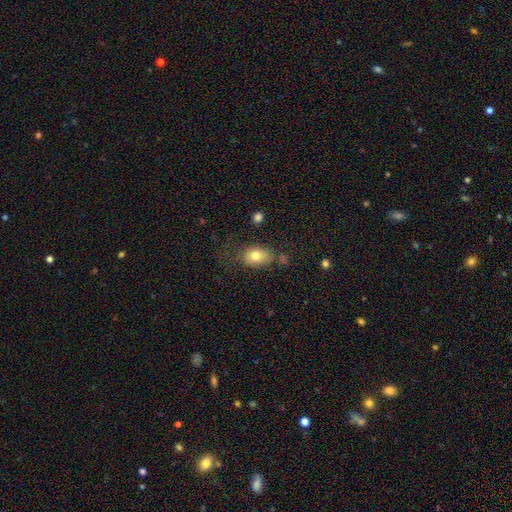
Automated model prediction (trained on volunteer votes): Q: Smooth or featured?
A: smooth (79%); runner-up: featured or disk (12%)
Q: How rounded?
A: in between (78%); runner-up: round (20%)
Q: Merging?
A: none (56%); runner-up: minor disturbance (25%)